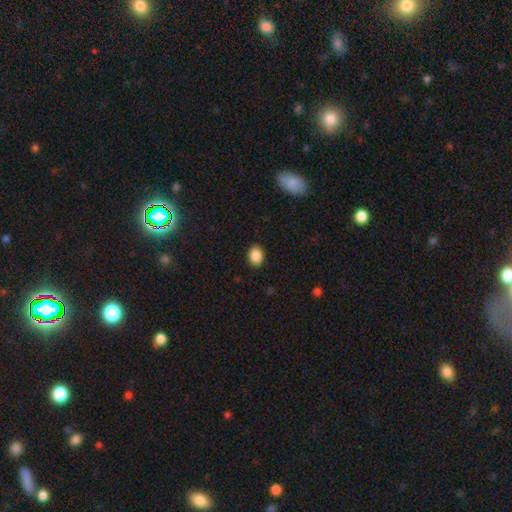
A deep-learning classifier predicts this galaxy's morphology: Smooth or featured? smooth (88%)
How rounded? in between (69%)
Merging? none (89%)